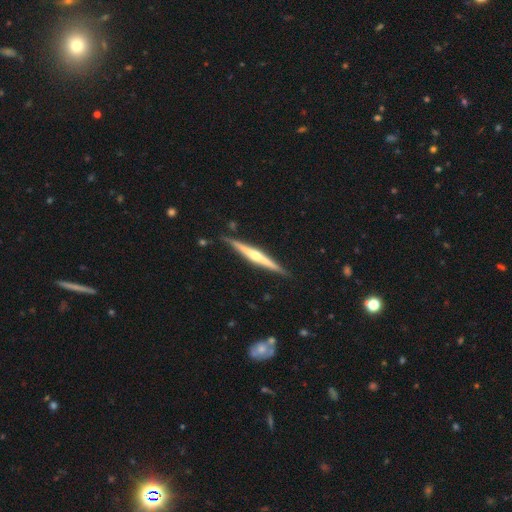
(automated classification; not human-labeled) smooth_or_featured: featured or disk (p=0.78) [alt: smooth p=0.17]
disk_edge_on: yes (p=0.98) [alt: no p=0.02]
edge_on_bulge: rounded (p=0.89) [alt: none p=0.07]
merging: none (p=0.86) [alt: minor disturbance p=0.10]